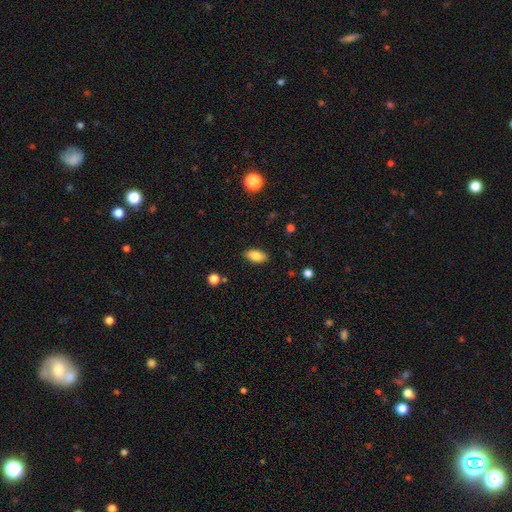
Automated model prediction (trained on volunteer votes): Smooth or featured? smooth (84%)
How rounded? in between (92%)
Merging? none (88%)